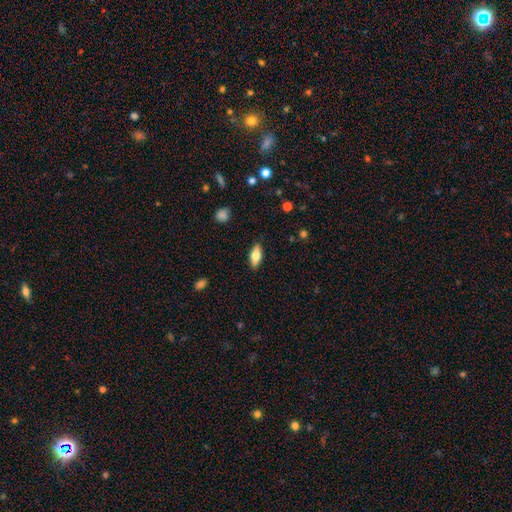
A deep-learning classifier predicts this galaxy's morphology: Overall: smooth (62%; featured or disk 31%). How rounded: in between (72%). Merging: none (87%).